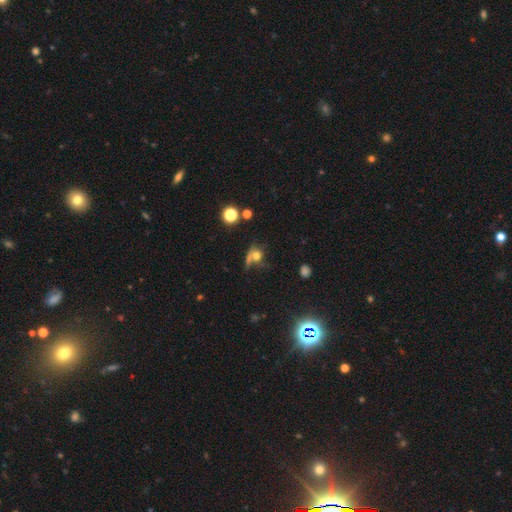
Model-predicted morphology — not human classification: smooth_or_featured: smooth (p=0.60) [alt: star or artifact p=0.20]
how_rounded: round (p=0.73) [alt: in between p=0.23]
merging: none (p=0.39) [alt: merger p=0.25]